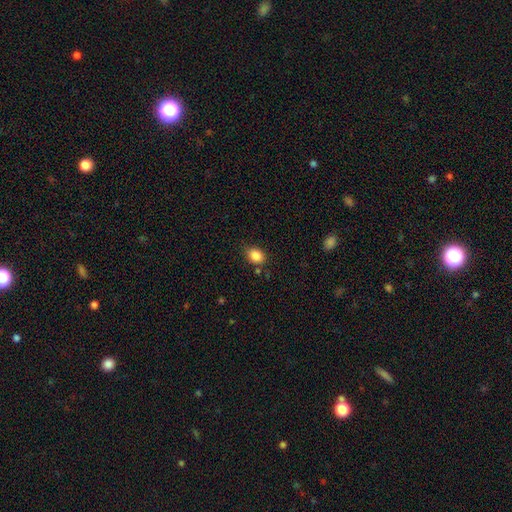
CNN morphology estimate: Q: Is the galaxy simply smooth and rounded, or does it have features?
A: smooth — 86%.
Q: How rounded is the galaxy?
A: in between — 65%.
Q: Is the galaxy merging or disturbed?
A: none — 78%.